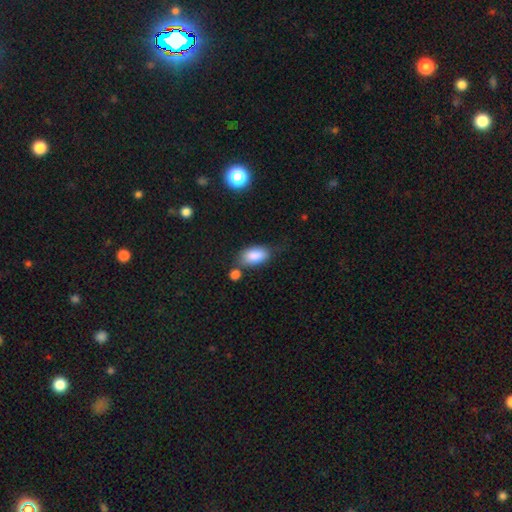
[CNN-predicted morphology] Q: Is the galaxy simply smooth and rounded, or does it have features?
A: smooth — 86%.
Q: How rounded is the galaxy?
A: in between — 93%.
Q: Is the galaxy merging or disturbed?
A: none — 58%.